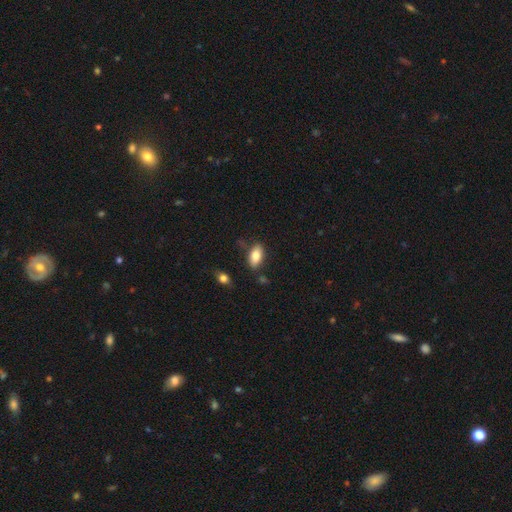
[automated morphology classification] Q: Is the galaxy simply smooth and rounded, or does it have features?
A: smooth — 82%.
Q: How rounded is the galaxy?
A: in between — 91%.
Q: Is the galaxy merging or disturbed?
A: none — 77%.